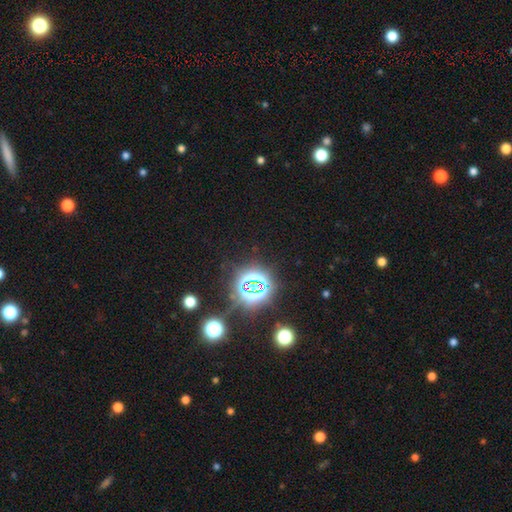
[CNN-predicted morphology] Smooth or featured? Predicted: star or artifact (p=0.81).